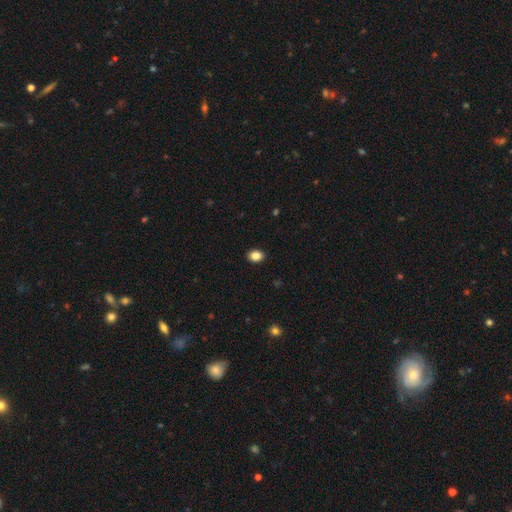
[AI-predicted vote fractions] Q: Smooth or featured?
A: smooth (86%); runner-up: star or artifact (10%)
Q: How rounded?
A: in between (57%); runner-up: round (42%)
Q: Merging?
A: none (91%); runner-up: minor disturbance (6%)